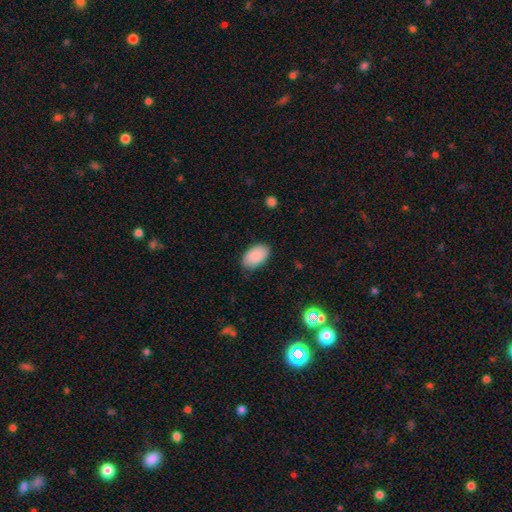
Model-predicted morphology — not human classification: The model was most divided on "merging": none: 82%, minor disturbance: 14%, major disturbance: 3%, merger: 1%. More confident: how rounded — in between (94%); smooth or featured — smooth (89%).